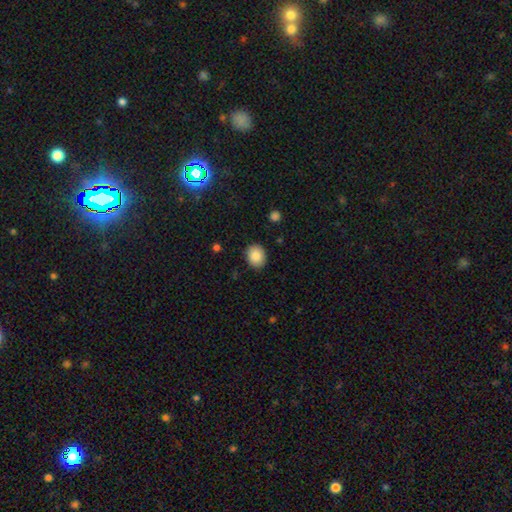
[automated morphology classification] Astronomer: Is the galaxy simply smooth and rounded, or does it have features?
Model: smooth — 88%.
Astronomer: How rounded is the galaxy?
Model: round — 55% (runner-up: in between, 44%).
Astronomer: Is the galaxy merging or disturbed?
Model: none — 87%.